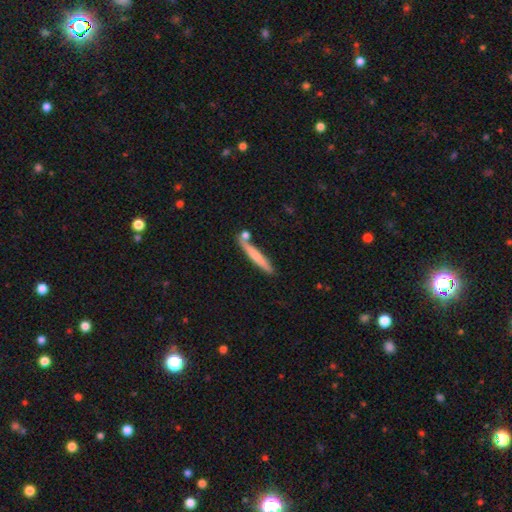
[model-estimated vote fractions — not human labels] smooth-or-featured: smooth: 62% | featured or disk: 32% | star or artifact: 6%
  how-rounded: cigar-shaped: 95% | in between: 3% | round: 2%
  merging: none: 75% | minor disturbance: 12% | merger: 10% | major disturbance: 3%